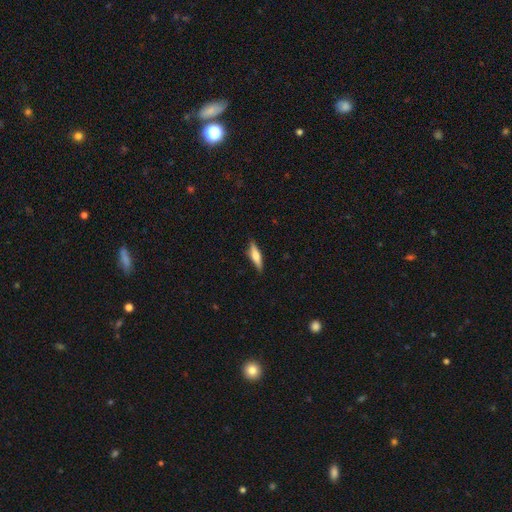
smooth-or-featured: smooth: 60% | featured or disk: 35% | star or artifact: 5%
  how-rounded: cigar-shaped: 83% | in between: 17% | round: 0%
  merging: none: 84% | minor disturbance: 11% | major disturbance: 5% | merger: 0%